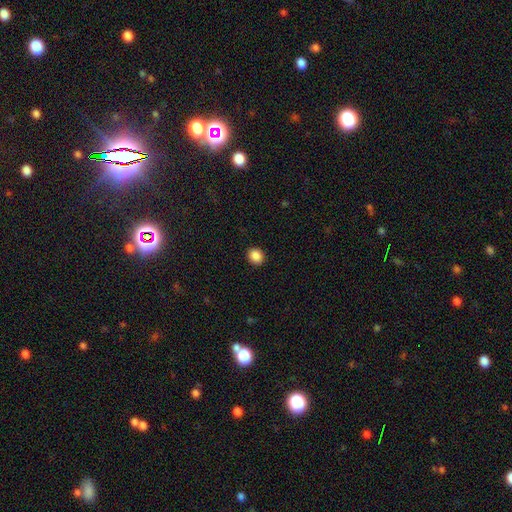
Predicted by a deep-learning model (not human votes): Q: Smooth or featured?
A: smooth (88%); runner-up: star or artifact (9%)
Q: How rounded?
A: round (73%); runner-up: in between (26%)
Q: Merging?
A: none (91%); runner-up: minor disturbance (6%)